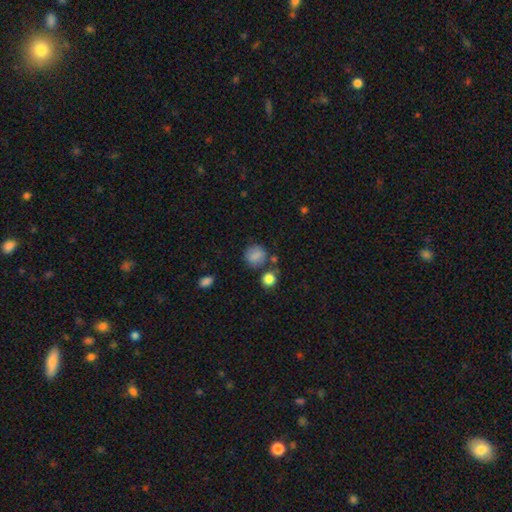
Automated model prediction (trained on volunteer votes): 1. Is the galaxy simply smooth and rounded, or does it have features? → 82% smooth, 10% star or artifact, 8% featured or disk.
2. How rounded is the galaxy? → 80% round, 18% in between, 1% cigar-shaped.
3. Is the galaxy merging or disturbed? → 71% none, 15% minor disturbance, 9% merger, 5% major disturbance.